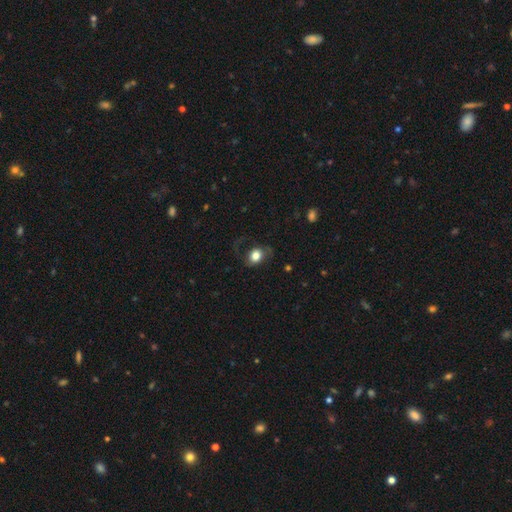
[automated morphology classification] This is likely a smooth galaxy (73%). How rounded: possibly in between (55%). Merging: possibly none (58%).